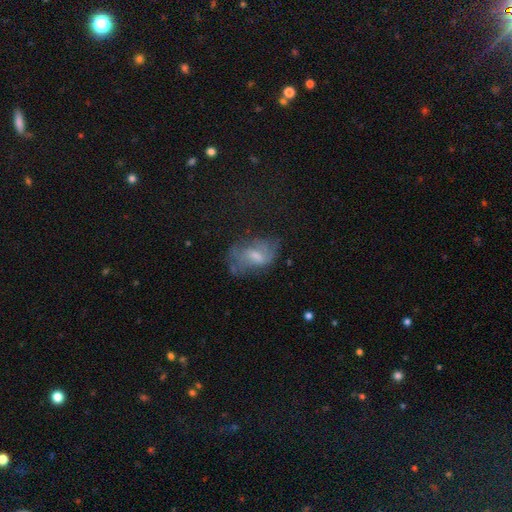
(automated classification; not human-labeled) featured or disk 52%, smooth 37%, star or artifact 11%. Down the decision tree: edge-on disk — no (95%); merging — none (43%).